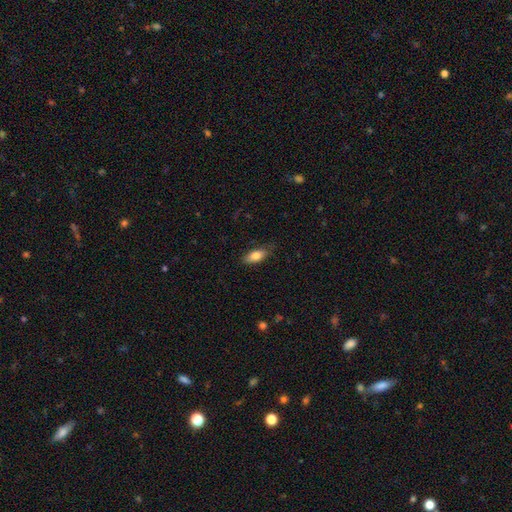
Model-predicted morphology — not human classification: Q: Smooth or featured?
A: smooth (81%); runner-up: featured or disk (12%)
Q: How rounded?
A: in between (82%); runner-up: cigar-shaped (15%)
Q: Merging?
A: none (77%); runner-up: minor disturbance (19%)